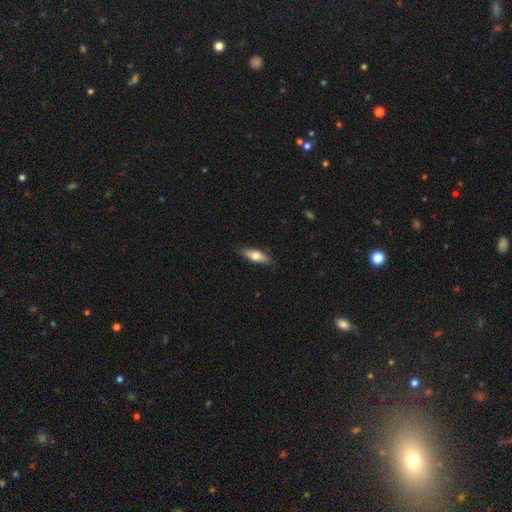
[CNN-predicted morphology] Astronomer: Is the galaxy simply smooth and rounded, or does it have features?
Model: smooth — 63%.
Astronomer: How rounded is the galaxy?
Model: in between — 53% (runner-up: cigar-shaped, 44%).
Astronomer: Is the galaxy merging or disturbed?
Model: none — 86%.